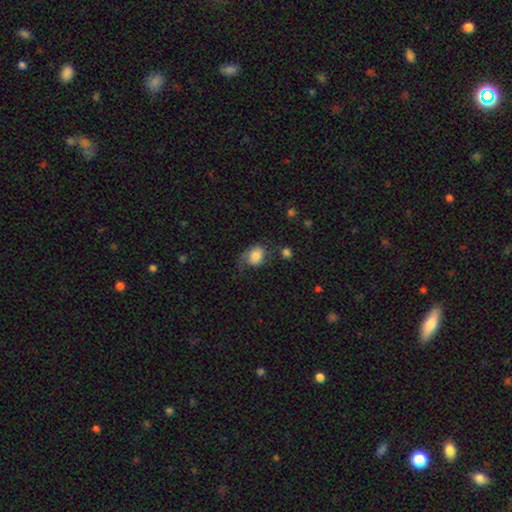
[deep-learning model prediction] A smooth galaxy with no disk features (65%) that is in between round and cigar-shaped (61%).

Vote fractions:
- Smooth or featured? smooth: 65% / featured or disk: 26% / star or artifact: 9%
- How rounded? in between: 61% / round: 38% / cigar-shaped: 1%
- Merging? none: 37% / major disturbance: 30% / minor disturbance: 29% / merger: 4%